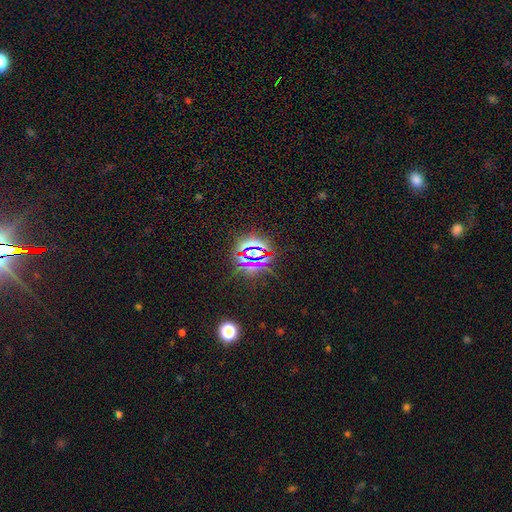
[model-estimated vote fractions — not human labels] Smooth or featured? Predicted: star or artifact (p=0.79).